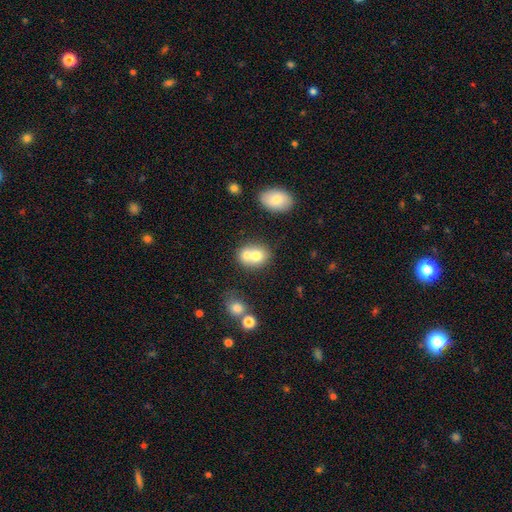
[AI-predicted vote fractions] smooth_or_featured: smooth (p=0.70) [alt: featured or disk p=0.20]
how_rounded: round (p=0.60) [alt: in between p=0.39]
merging: merger (p=0.59) [alt: none p=0.30]